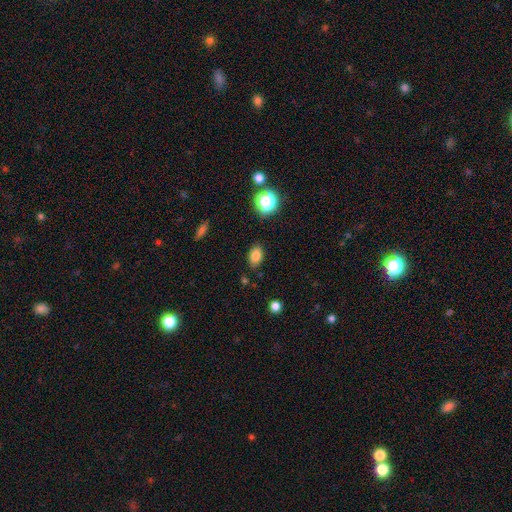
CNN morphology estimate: Smooth or featured? Predicted: smooth (p=0.81). How rounded? Predicted: in between (p=0.83). Merging? Predicted: none (p=0.83).